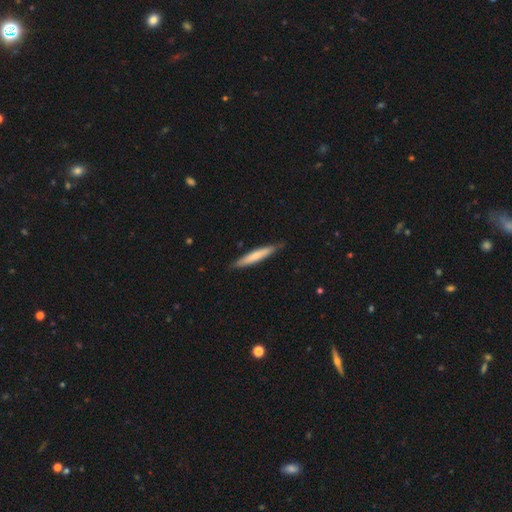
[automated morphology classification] Smooth or featured?
  - smooth: 68% *
  - featured or disk: 27%
  - star or artifact: 5%
How rounded?
  - cigar-shaped: 92% *
  - in between: 6%
  - round: 1%
Merging?
  - none: 83% *
  - minor disturbance: 14%
  - major disturbance: 2%
  - merger: 1%